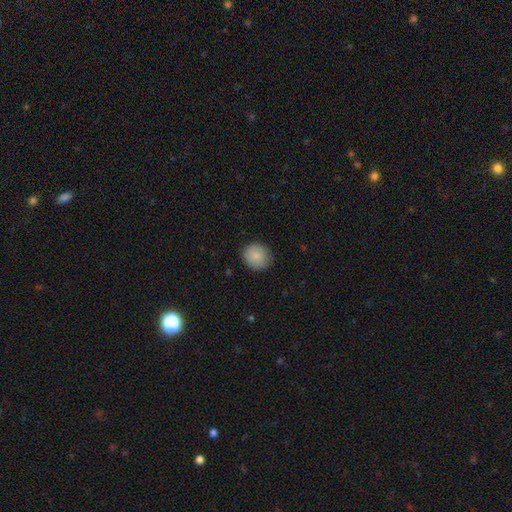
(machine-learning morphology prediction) A smooth galaxy with no disk features (85%) that is round (81%). Merging: none (84%).